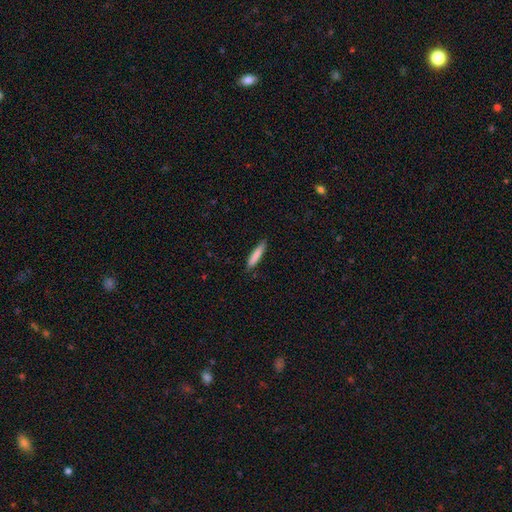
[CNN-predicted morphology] A smooth galaxy with no disk features (83%) that is cigar-shaped (89%). Merging: none (86%).